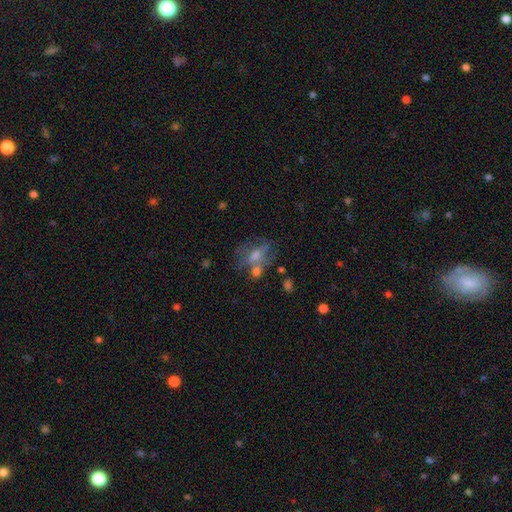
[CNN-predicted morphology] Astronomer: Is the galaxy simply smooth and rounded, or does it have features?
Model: smooth — 45% (runner-up: featured or disk, 42%).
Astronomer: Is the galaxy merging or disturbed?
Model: none — 40% (runner-up: merger, 26%).